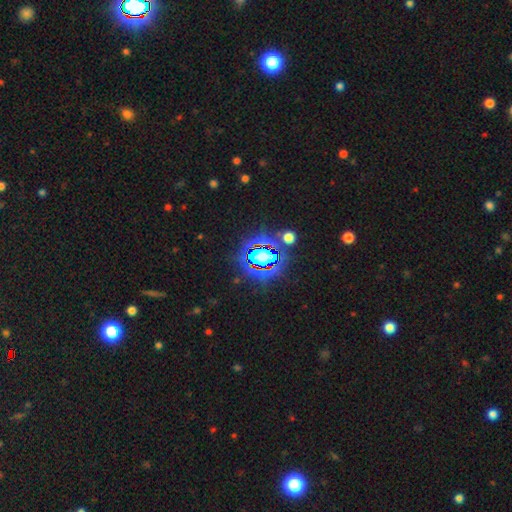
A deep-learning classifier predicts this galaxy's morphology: Overall: star or artifact (79%).